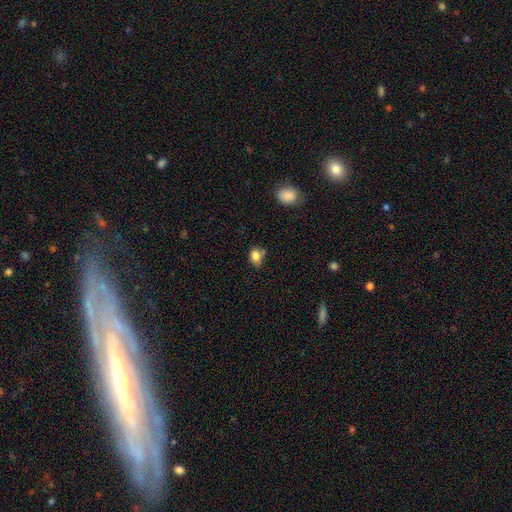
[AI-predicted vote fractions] The model was most divided on "how rounded": in between: 54%, round: 44%, cigar-shaped: 1%. More confident: smooth or featured — smooth (82%); merging — none (55%).